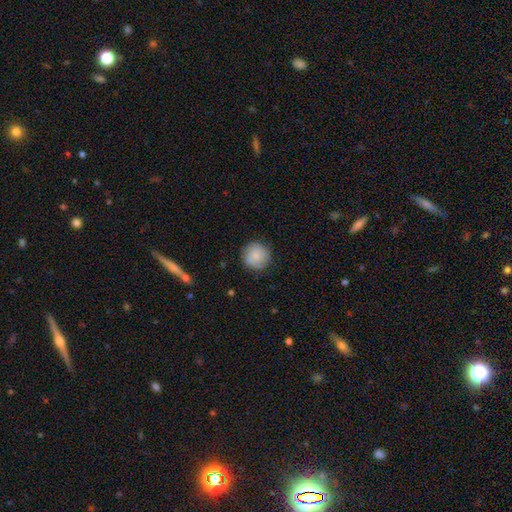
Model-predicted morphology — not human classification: The model was most divided on "smooth or featured": smooth: 70%, featured or disk: 22%, star or artifact: 7%. More confident: how rounded — round (94%); merging — none (82%).